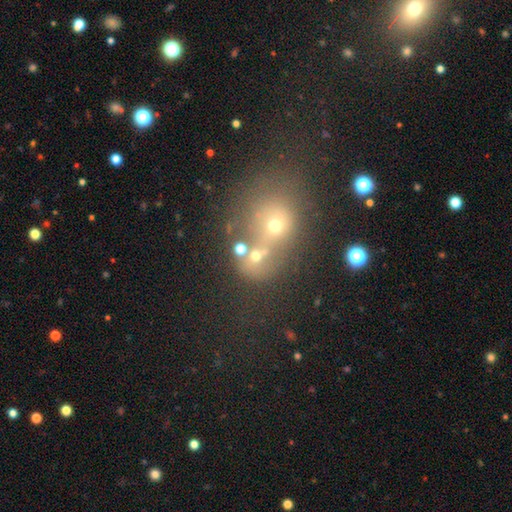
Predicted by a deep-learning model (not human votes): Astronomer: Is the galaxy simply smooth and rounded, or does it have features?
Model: smooth — 57%.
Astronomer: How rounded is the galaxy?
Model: round — 74%.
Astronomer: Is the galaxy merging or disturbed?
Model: merger — 52% (runner-up: none, 33%).